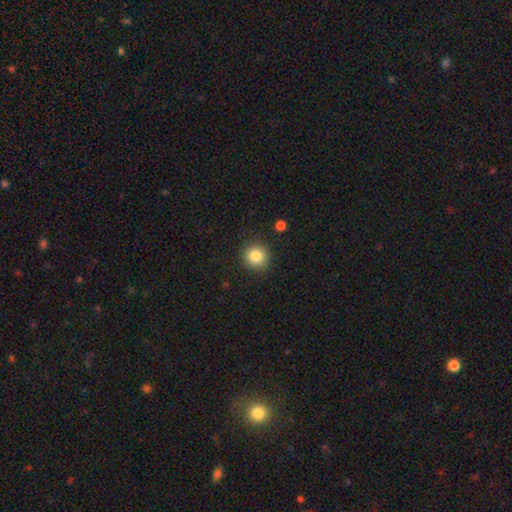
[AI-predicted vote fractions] This appears to be a smooth galaxy with no disk features (84%) that is round (91%). Merging: none (89%).